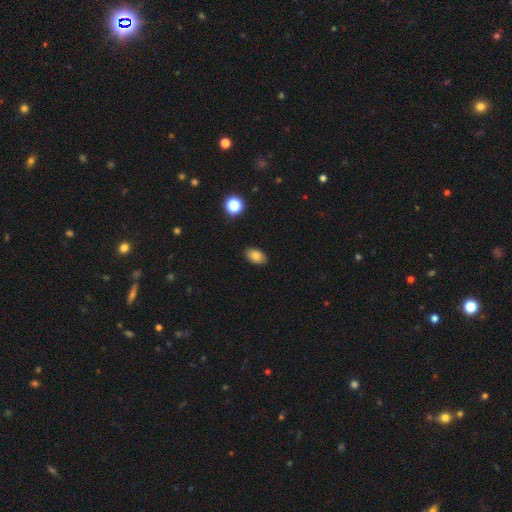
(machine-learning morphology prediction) Smooth or featured?
  - smooth: 81% *
  - star or artifact: 10%
  - featured or disk: 10%
How rounded?
  - in between: 89% *
  - round: 9%
  - cigar-shaped: 1%
Merging?
  - none: 88% *
  - minor disturbance: 9%
  - major disturbance: 2%
  - merger: 1%